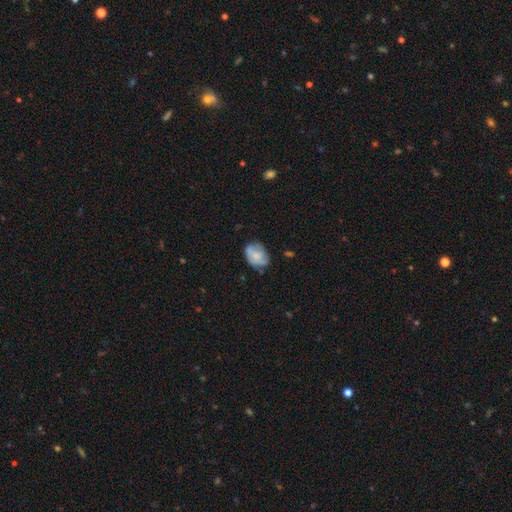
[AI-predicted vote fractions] A smooth galaxy with no disk features (55%) that is in between round and cigar-shaped (71%). Merging: none (53%).